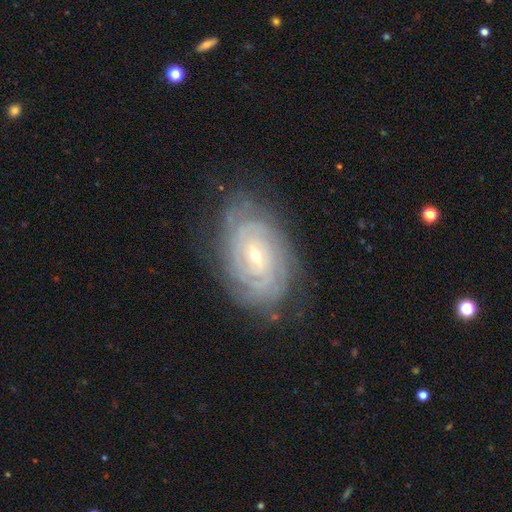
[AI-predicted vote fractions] Morphology: type=featured or disk (88%); edge-on=no (96%); bar=no (51%); spiral arms=yes (97%); winding=tight (84%); arm count=can't tell (30%); bulge=small (65%); merging=none (80%).